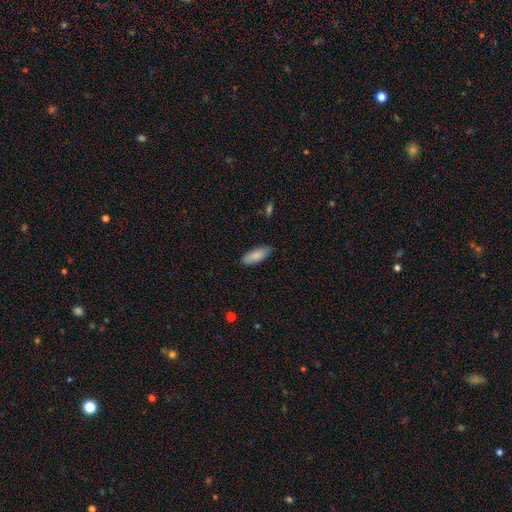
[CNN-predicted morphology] Smooth or featured? Predicted: smooth (p=0.86). How rounded? Predicted: in between (p=0.73). Merging? Predicted: none (p=0.85).